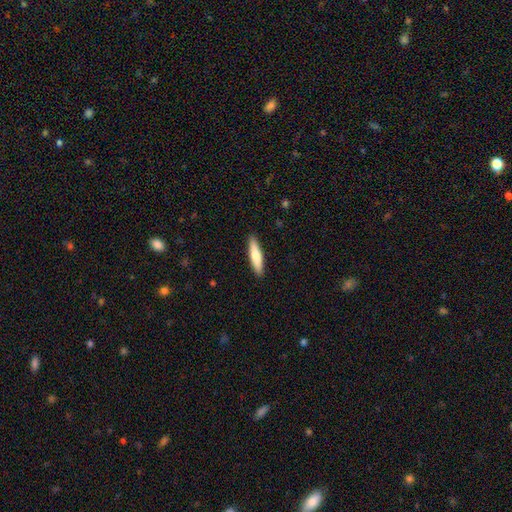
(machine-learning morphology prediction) The model was most divided on "smooth or featured": smooth: 68%, featured or disk: 27%, star or artifact: 5%. More confident: merging — none (91%); how rounded — cigar-shaped (79%).